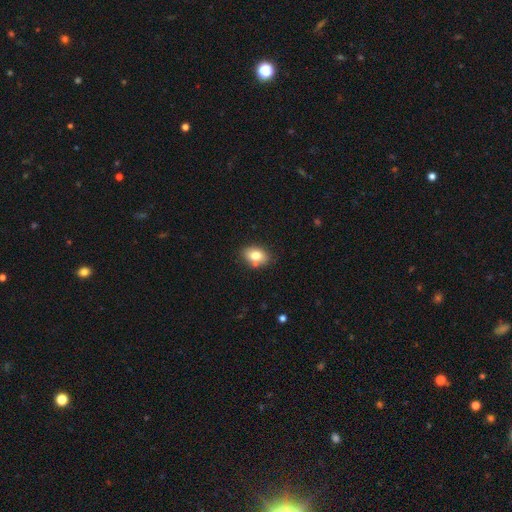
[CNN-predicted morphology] Overall: smooth (79%). How rounded: in between (77%). Merging: none (75%).